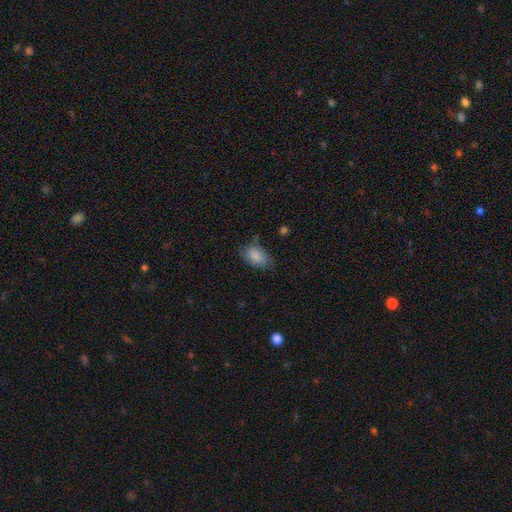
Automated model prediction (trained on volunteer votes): This is clearly a smooth galaxy (84%). How rounded: clearly in between (88%). Merging: likely none (67%).